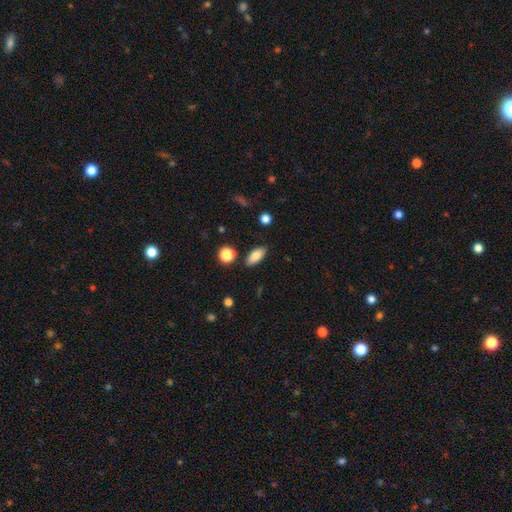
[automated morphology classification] type=smooth (81%); roundness=in between (86%); merging=none (85%).